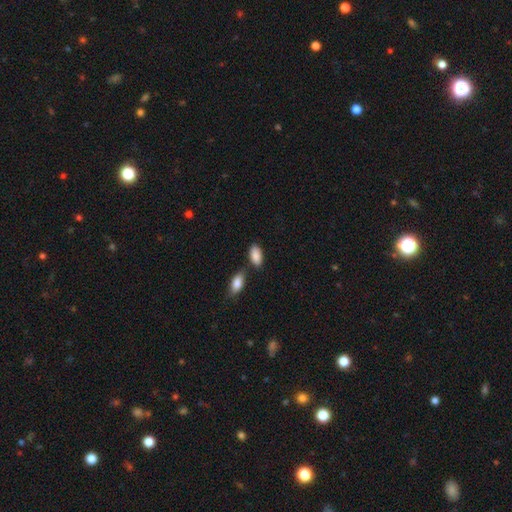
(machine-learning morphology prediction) This appears to be a smooth galaxy with no disk features (88%) that is in between round and cigar-shaped (93%). Merging: none (65%).